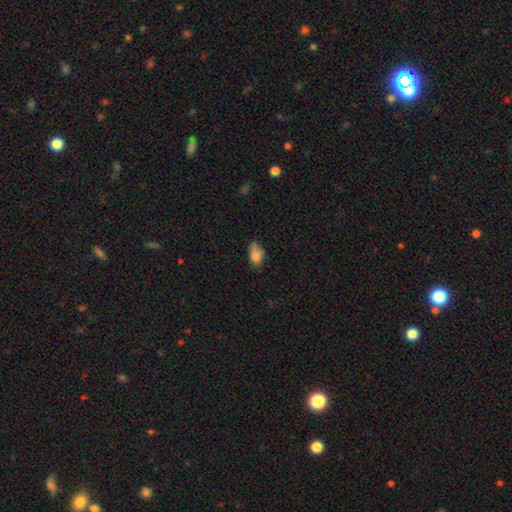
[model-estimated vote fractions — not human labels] smooth-or-featured: smooth: 80% | featured or disk: 10% | star or artifact: 9%
  how-rounded: in between: 87% | round: 10% | cigar-shaped: 3%
  merging: none: 49% | minor disturbance: 36% | major disturbance: 10% | merger: 5%